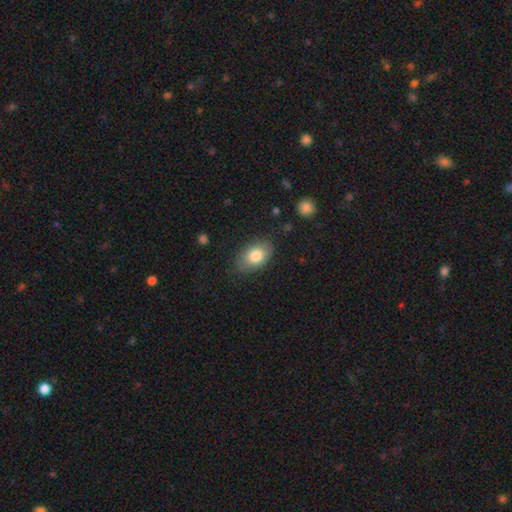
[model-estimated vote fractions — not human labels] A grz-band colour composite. It shows a smooth galaxy with no disk features (81%) that is in between round and cigar-shaped (88%). Merging: none (78%).